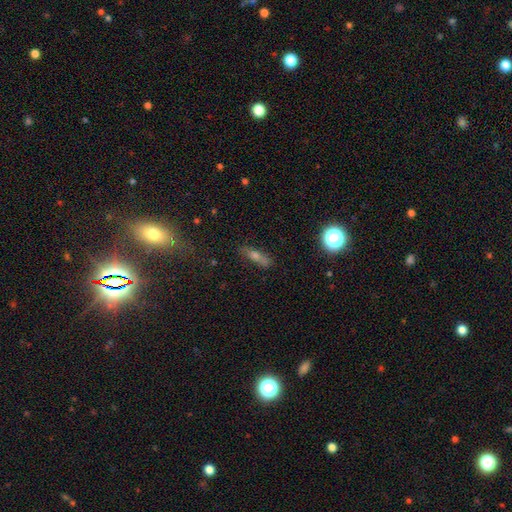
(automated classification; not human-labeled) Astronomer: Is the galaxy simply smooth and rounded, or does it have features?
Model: smooth — 45% (runner-up: featured or disk, 35%).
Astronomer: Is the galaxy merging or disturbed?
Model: none — 80%.